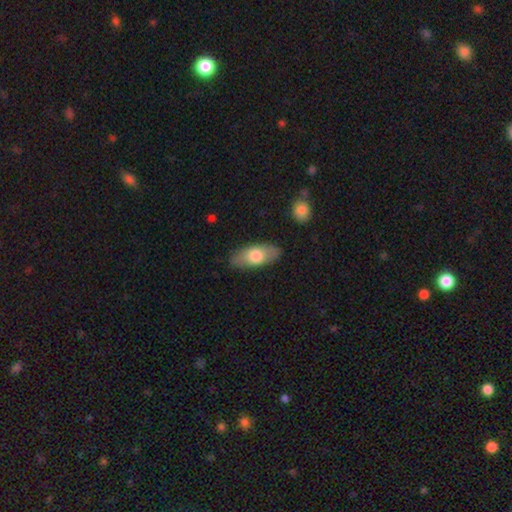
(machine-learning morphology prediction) type=smooth (68%); roundness=in between (84%); merging=none (83%).